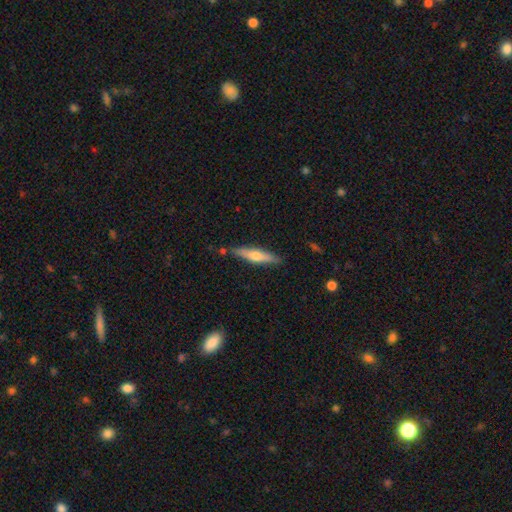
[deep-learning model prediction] This is possibly a featured or disk galaxy (52%). It is clearly viewed edge-on (94%). Merging: clearly none (84%).